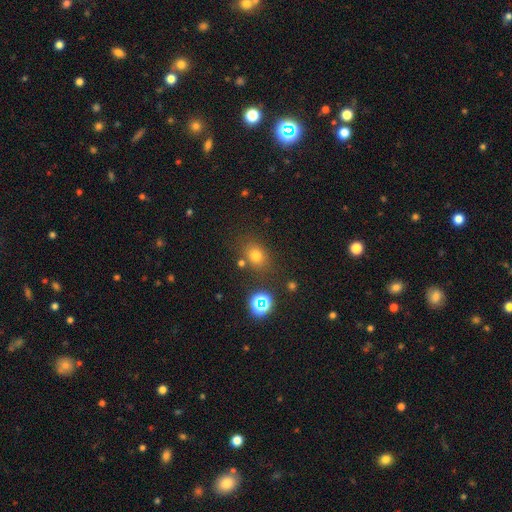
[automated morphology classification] Smooth or featured?
  - smooth: 70% *
  - star or artifact: 22%
  - featured or disk: 9%
How rounded?
  - in between: 50% *
  - round: 49%
  - cigar-shaped: 1%
Merging?
  - none: 77% *
  - minor disturbance: 12%
  - merger: 7%
  - major disturbance: 4%